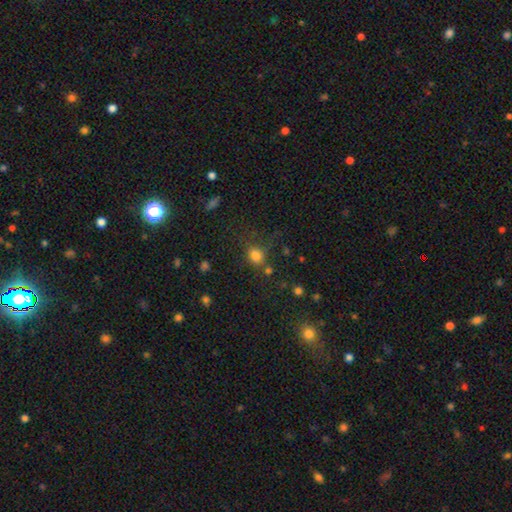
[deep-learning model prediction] Smooth or featured? smooth (80%)
How rounded? round (73%)
Merging? none (67%)